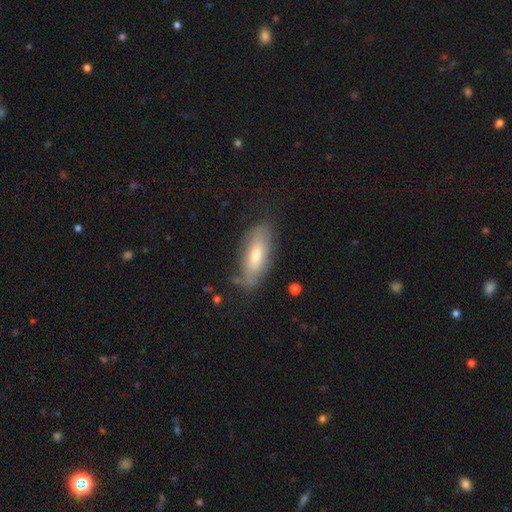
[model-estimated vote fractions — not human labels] Smooth or featured? Predicted: smooth (p=0.53). How rounded? Predicted: in between (p=0.73). Merging? Predicted: none (p=0.60).